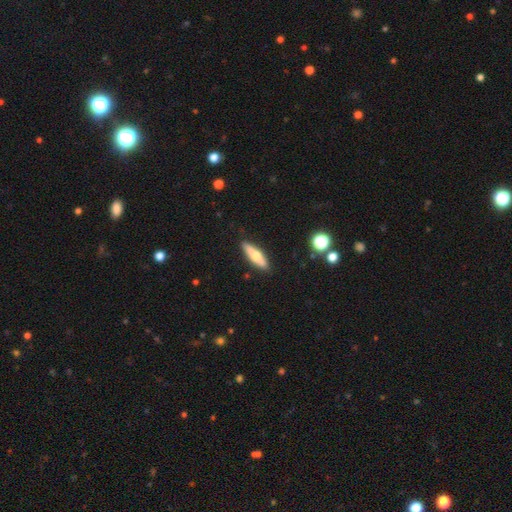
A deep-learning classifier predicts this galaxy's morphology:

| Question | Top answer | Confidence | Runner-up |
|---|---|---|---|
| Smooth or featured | smooth | 56% | featured or disk (37%) |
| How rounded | cigar-shaped | 65% | in between (33%) |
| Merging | none | 88% | minor disturbance (8%) |